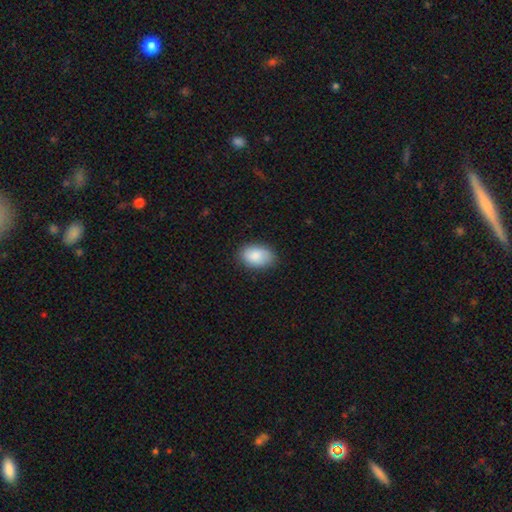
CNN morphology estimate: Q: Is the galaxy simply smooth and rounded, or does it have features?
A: smooth — 87%.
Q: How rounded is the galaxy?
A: in between — 88%.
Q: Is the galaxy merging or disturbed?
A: none — 84%.